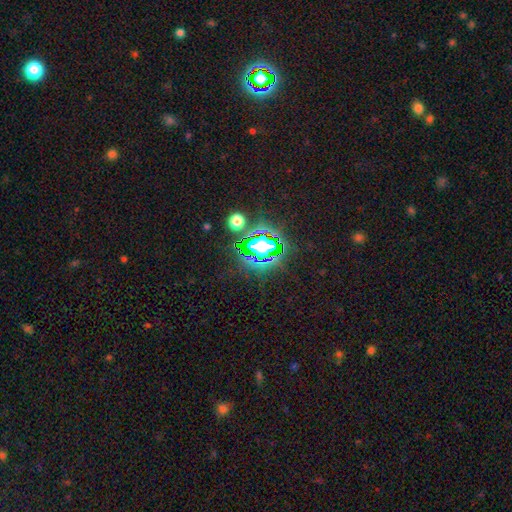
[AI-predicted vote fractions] Smooth or featured? Predicted: star or artifact (p=0.79).